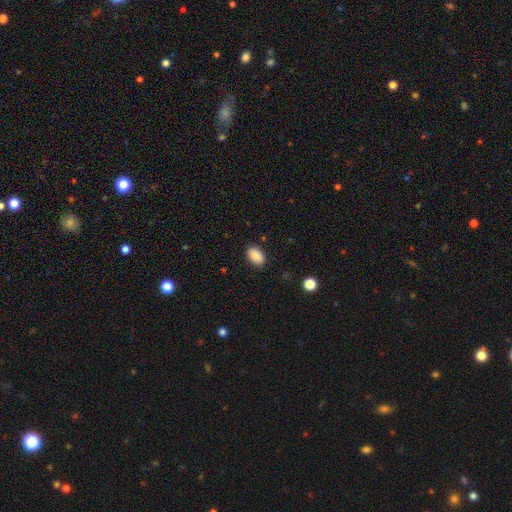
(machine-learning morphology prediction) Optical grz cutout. It shows a smooth galaxy with no disk features (89%) that is in between round and cigar-shaped (90%). Merging: none (87%).